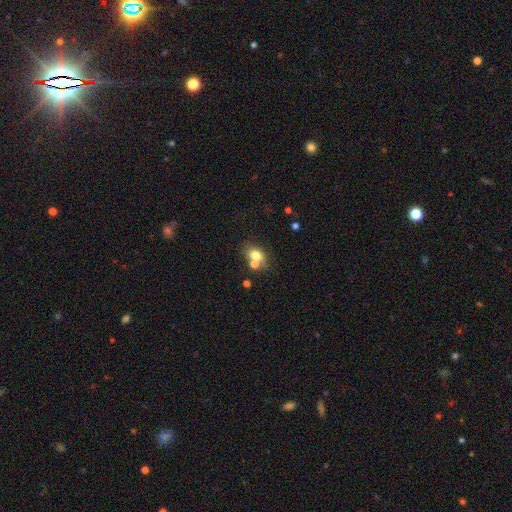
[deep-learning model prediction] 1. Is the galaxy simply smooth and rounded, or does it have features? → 72% smooth, 16% featured or disk, 12% star or artifact.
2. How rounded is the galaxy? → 71% in between, 27% round, 2% cigar-shaped.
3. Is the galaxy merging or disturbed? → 48% none, 35% merger, 12% minor disturbance, 5% major disturbance.